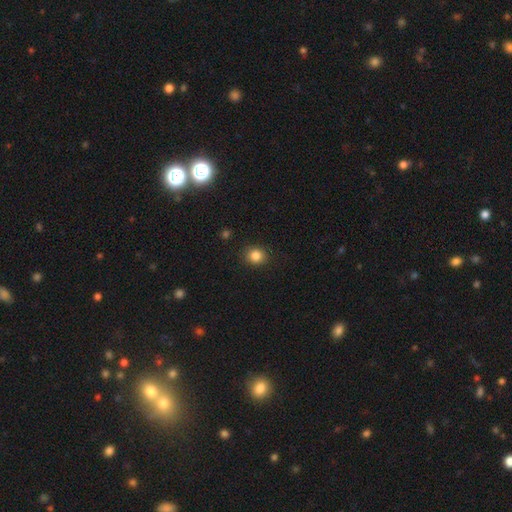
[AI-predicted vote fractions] Smooth or featured?
  - smooth: 84% *
  - star or artifact: 11%
  - featured or disk: 5%
How rounded?
  - round: 79% *
  - in between: 20%
  - cigar-shaped: 1%
Merging?
  - none: 89% *
  - minor disturbance: 7%
  - major disturbance: 2%
  - merger: 1%